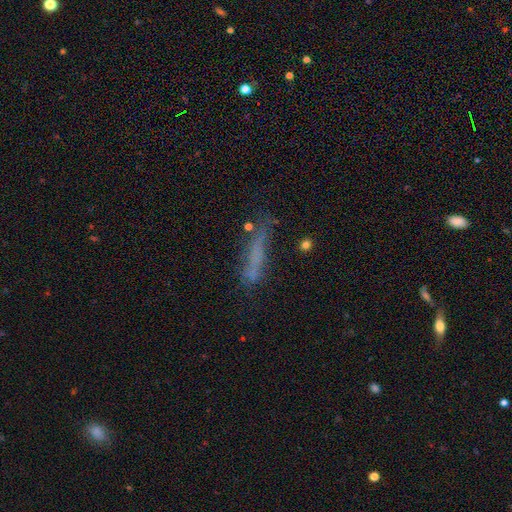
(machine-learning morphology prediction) This appears to be a smooth galaxy with no disk features (55%) that is cigar-shaped (82%). Merging: none (54%).